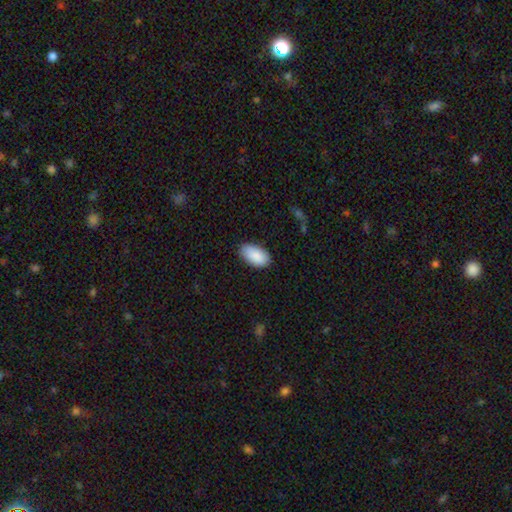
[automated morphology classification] A smooth galaxy with no disk features (90%) that is in between round and cigar-shaped (96%).

Vote fractions:
- Smooth or featured? smooth: 90% / star or artifact: 6% / featured or disk: 4%
- How rounded? in between: 96% / round: 3% / cigar-shaped: 2%
- Merging? none: 84% / minor disturbance: 12% / major disturbance: 2% / merger: 1%